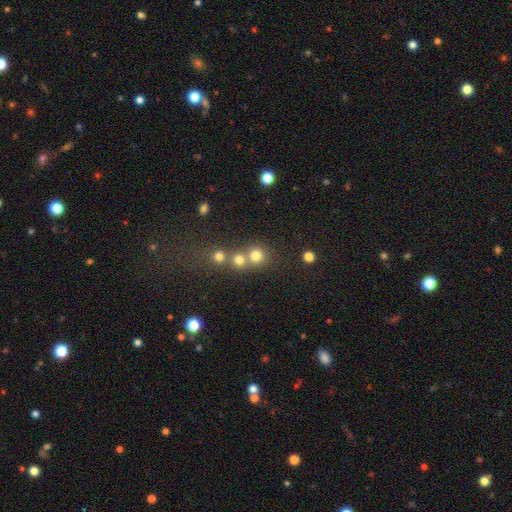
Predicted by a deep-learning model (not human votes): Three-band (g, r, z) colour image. It shows a smooth galaxy with no disk features (75%) that is round (89%). Merging: none (52%).